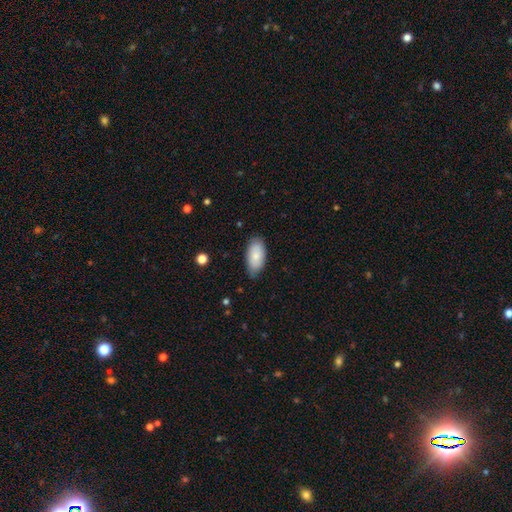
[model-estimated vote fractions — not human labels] Smooth or featured? smooth (81%)
How rounded? in between (94%)
Merging? none (76%)